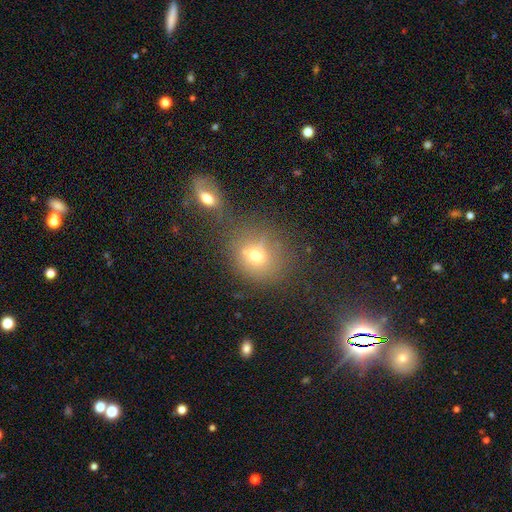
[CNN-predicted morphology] This appears to be a smooth galaxy with no disk features (65%) that is round (78%). Merging: none (57%).